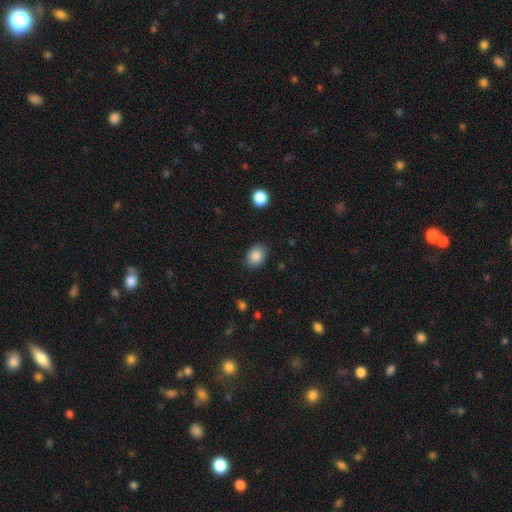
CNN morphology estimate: type=smooth (86%); roundness=in between (64%); merging=none (86%).